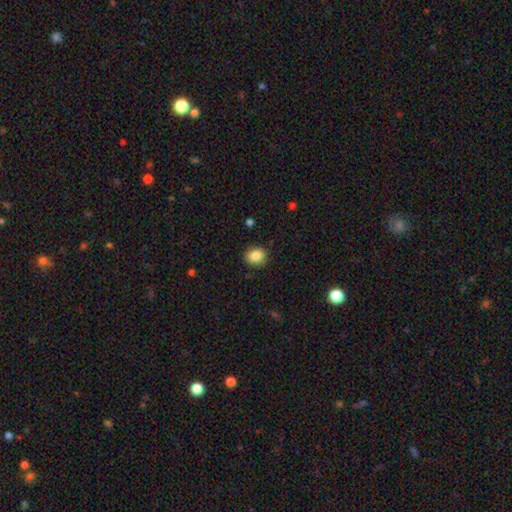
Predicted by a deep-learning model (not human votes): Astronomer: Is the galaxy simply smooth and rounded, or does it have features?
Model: smooth — 86%.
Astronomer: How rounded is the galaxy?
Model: round — 62%.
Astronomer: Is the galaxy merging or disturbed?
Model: none — 87%.